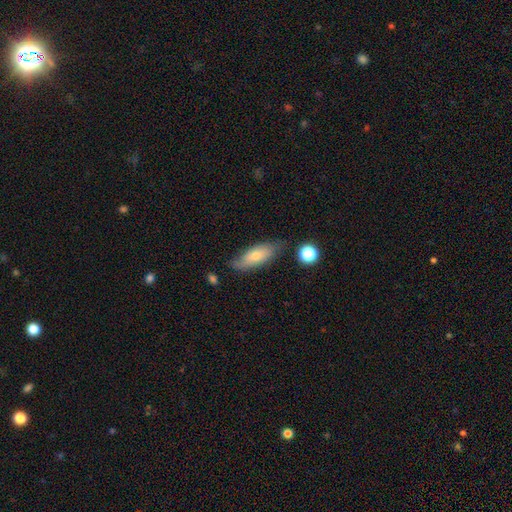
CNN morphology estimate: This appears to be a smooth galaxy with no disk features (67%) that is in between round and cigar-shaped (73%). Merging: none (65%).